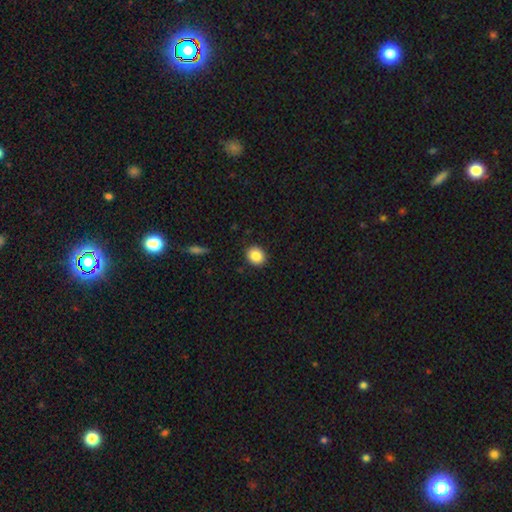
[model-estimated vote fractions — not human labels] Smooth or featured?
  - smooth: 87% *
  - star or artifact: 9%
  - featured or disk: 5%
How rounded?
  - round: 72% *
  - in between: 27%
  - cigar-shaped: 1%
Merging?
  - none: 91% *
  - minor disturbance: 6%
  - major disturbance: 2%
  - merger: 1%